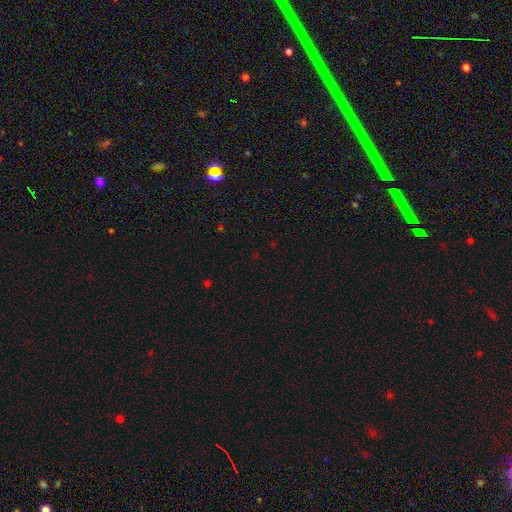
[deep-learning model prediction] star or artifact 67%, smooth 26%, featured or disk 7%.